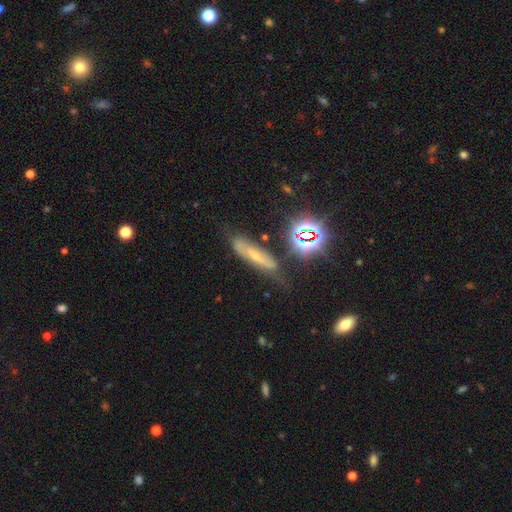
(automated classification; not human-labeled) Smooth or featured? Predicted: featured or disk (p=0.44). Merging? Predicted: none (p=0.60).